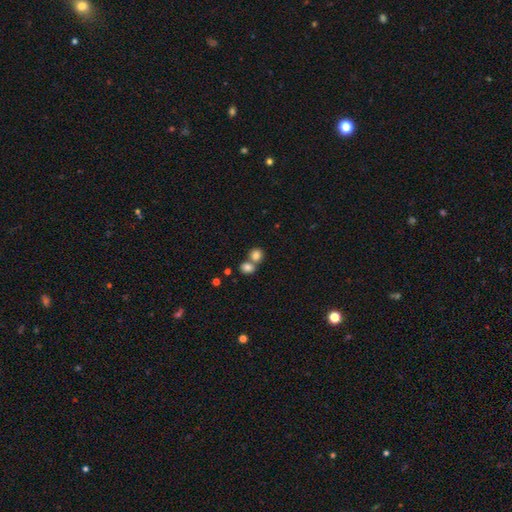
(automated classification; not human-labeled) The model was most divided on "merging": merger: 51%, none: 40%, minor disturbance: 6%, major disturbance: 2%. More confident: smooth or featured — smooth (82%); how rounded — round (78%).